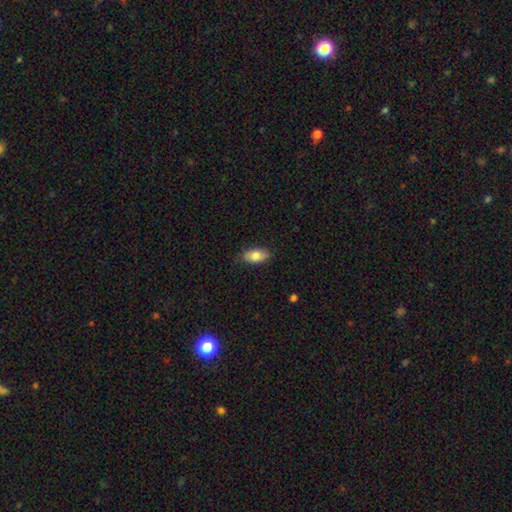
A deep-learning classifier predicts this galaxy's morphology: Smooth or featured? smooth (80%)
How rounded? in between (91%)
Merging? none (82%)